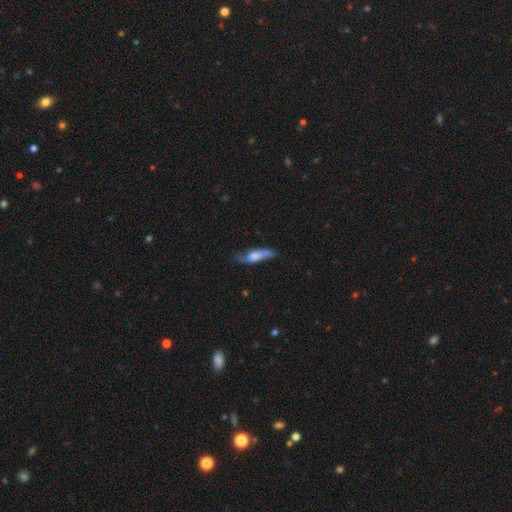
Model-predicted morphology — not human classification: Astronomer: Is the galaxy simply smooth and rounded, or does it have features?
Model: featured or disk — 56% (runner-up: smooth, 38%).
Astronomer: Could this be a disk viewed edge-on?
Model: no — 61% (runner-up: yes, 39%).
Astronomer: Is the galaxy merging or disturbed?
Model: none — 62%.